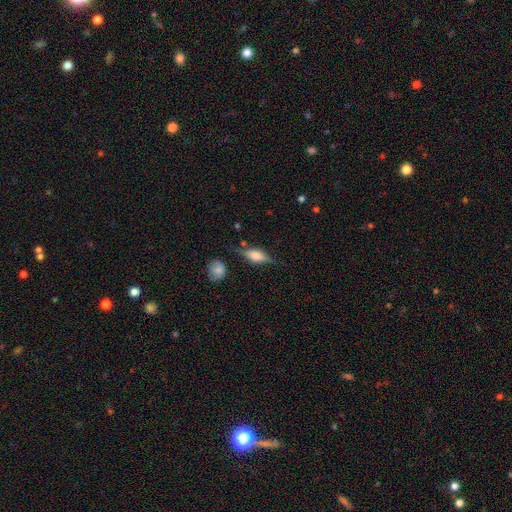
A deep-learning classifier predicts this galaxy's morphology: Smooth or featured?
  - featured or disk: 52% *
  - smooth: 39%
  - star or artifact: 8%
Edge-on disk?
  - yes: 92% *
  - no: 8%
Merging?
  - none: 68% *
  - minor disturbance: 21%
  - major disturbance: 8%
  - merger: 4%